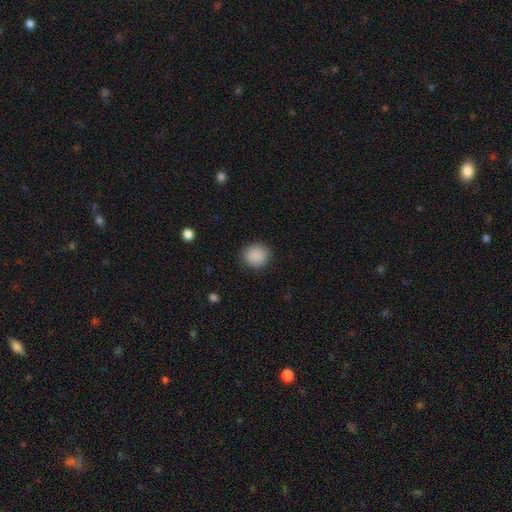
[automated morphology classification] Q: Smooth or featured?
A: smooth (89%); runner-up: star or artifact (8%)
Q: How rounded?
A: round (86%); runner-up: in between (13%)
Q: Merging?
A: none (89%); runner-up: minor disturbance (8%)